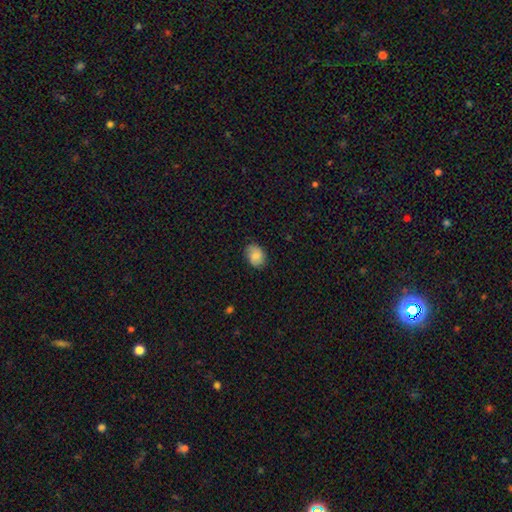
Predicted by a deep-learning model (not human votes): Morphology: type=smooth (83%); roundness=in between (72%); merging=none (80%).